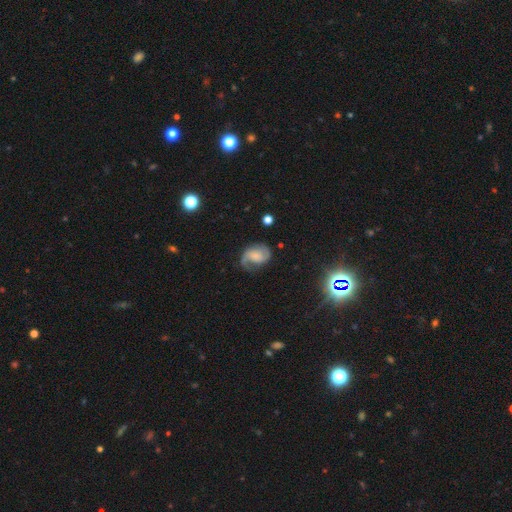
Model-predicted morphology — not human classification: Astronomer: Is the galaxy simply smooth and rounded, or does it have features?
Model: featured or disk — 77%.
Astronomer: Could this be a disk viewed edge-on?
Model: no — 98%.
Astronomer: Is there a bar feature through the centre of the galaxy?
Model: no — 55% (runner-up: weak, 36%).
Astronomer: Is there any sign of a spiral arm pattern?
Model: yes — 95%.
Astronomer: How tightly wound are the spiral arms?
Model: medium — 49% (runner-up: loose, 30%).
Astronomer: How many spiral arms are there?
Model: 2 — 82%.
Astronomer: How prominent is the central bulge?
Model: none — 34% (runner-up: small, 33%).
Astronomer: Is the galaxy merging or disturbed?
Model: none — 64%.